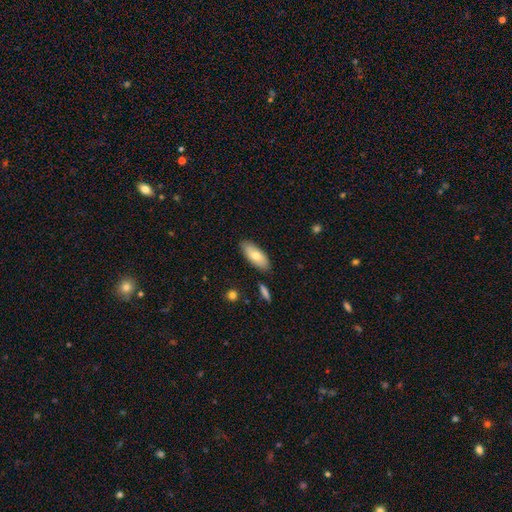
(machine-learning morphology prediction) This appears to be a smooth galaxy with no disk features (69%) that is in between round and cigar-shaped (84%). Merging: none (85%).